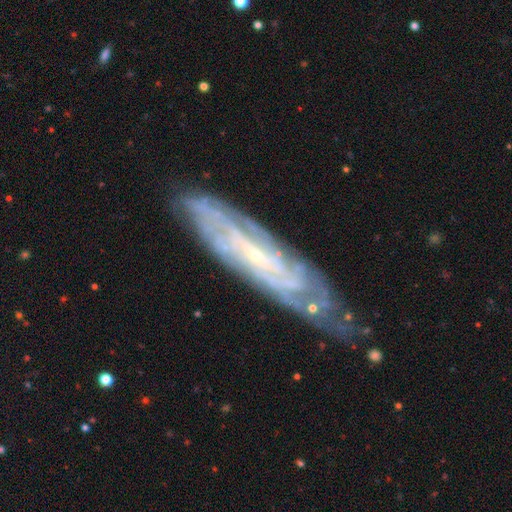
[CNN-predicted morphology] This appears to be a featured or disk galaxy (84%) with no bar (48%), tight (73%) spiral arms (95%) and a small central bulge (80%). Merging: none (75%).